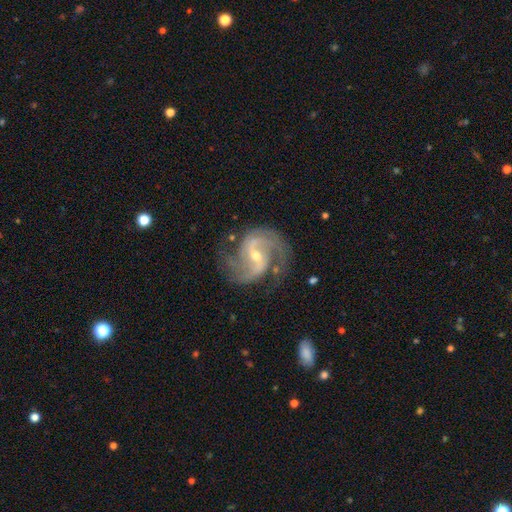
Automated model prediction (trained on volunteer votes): Morphology: type=featured or disk (92%); edge-on=no (98%); bar=weak (48%); spiral arms=yes (98%); winding=medium (59%); arm count=2 (87%); bulge=small (56%); merging=none (74%).